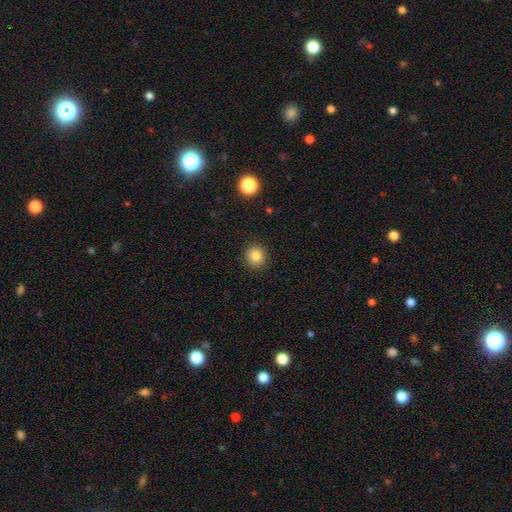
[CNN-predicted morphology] This appears to be a smooth galaxy with no disk features (82%) that is round (85%). Merging: none (90%).